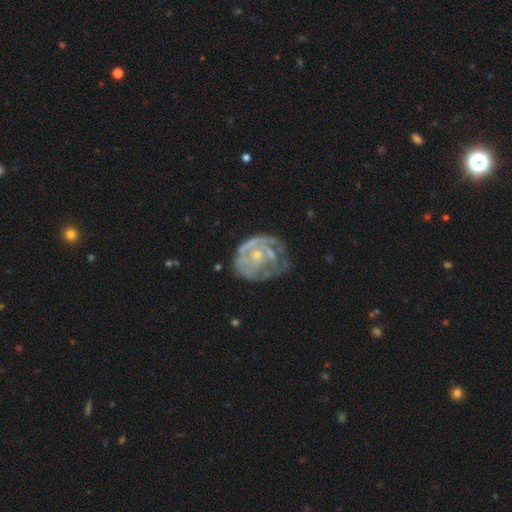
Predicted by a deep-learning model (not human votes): Smooth or featured: featured or disk — 77% (smooth — 16%)
Edge-on disk: no — 98% (yes — 2%)
Bar: no — 78% (weak — 19%)
Spiral arms: yes — 71% (no — 29%)
Spiral winding: tight — 59% (medium — 29%)
Spiral arm count: can't tell — 47% (2 — 19%)
Bulge size: small — 67% (moderate — 25%)
Merging: none — 48% (minor disturbance — 26%)